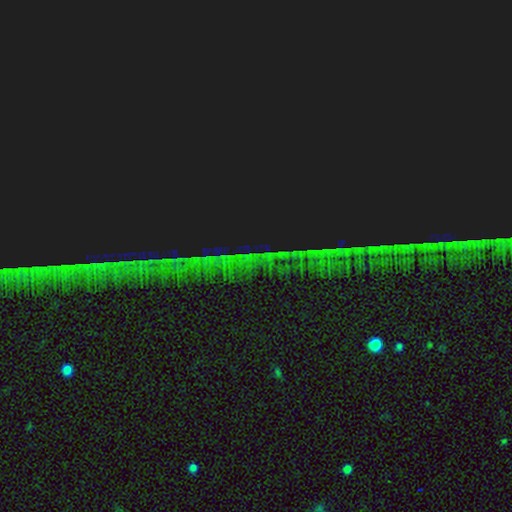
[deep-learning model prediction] star or artifact 85%, featured or disk 8%, smooth 7%.